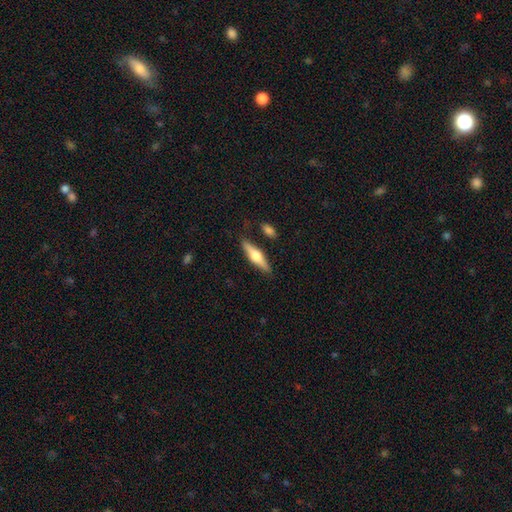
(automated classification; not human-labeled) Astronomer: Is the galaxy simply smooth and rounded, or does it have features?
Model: featured or disk — 57% (runner-up: smooth, 37%).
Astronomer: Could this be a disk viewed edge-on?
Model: yes — 95%.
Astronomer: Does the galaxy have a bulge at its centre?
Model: rounded — 93%.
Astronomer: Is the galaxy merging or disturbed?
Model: none — 83%.